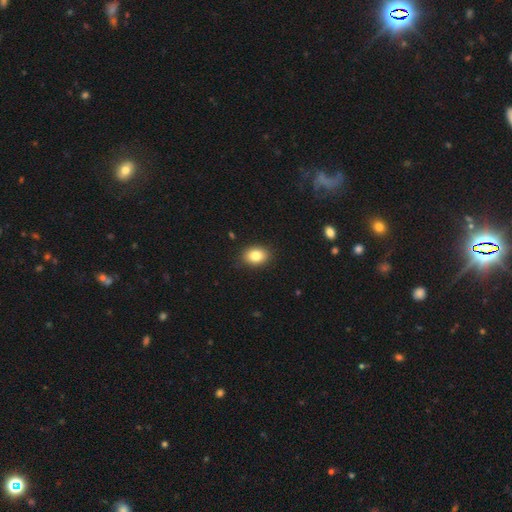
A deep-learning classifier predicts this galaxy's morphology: smooth 83%, star or artifact 9%, featured or disk 8%. Down the decision tree: how rounded — in between (69%); merging — none (88%).